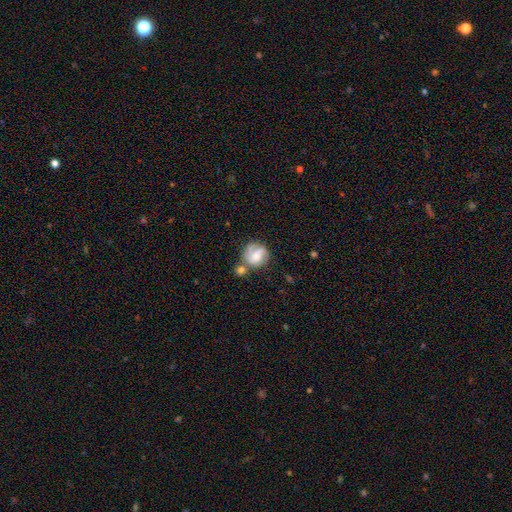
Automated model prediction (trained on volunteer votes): Smooth or featured: featured or disk — 53% (smooth — 39%)
Edge-on disk: no — 98% (yes — 2%)
Bar: no — 55% (weak — 37%)
Spiral arms: yes — 87% (no — 13%)
Bulge size: moderate — 48% (small — 36%)
Merging: none — 48% (merger — 24%)